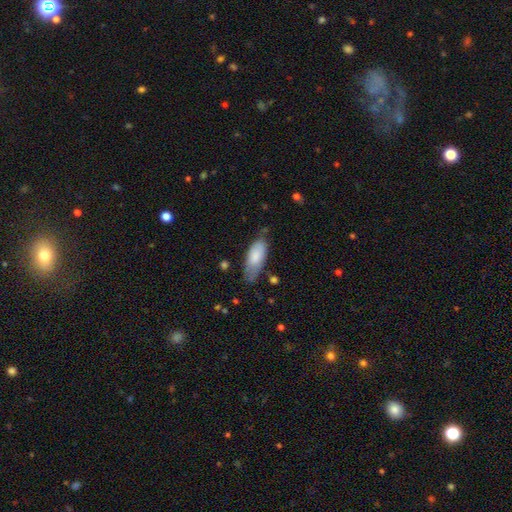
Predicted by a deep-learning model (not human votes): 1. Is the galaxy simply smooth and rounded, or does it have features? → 80% smooth, 14% featured or disk, 6% star or artifact.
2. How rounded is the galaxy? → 81% in between, 17% cigar-shaped, 2% round.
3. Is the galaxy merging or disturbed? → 55% none, 34% minor disturbance, 8% major disturbance, 3% merger.